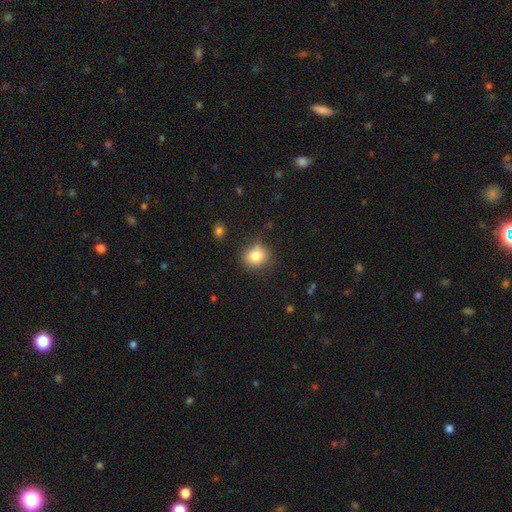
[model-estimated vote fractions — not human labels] smooth-or-featured: smooth: 82% | star or artifact: 10% | featured or disk: 8%
  how-rounded: round: 74% | in between: 25% | cigar-shaped: 1%
  merging: none: 77% | minor disturbance: 14% | merger: 5% | major disturbance: 4%